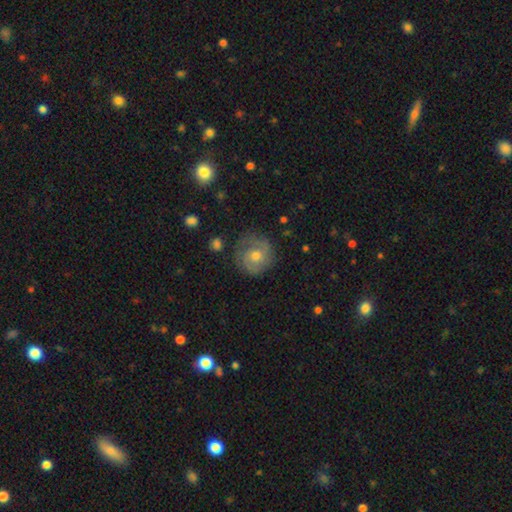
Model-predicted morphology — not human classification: type=featured or disk (59%); edge-on=no (97%); bar=no (73%); spiral arms=yes (83%); bulge=moderate (69%); merging=none (74%).